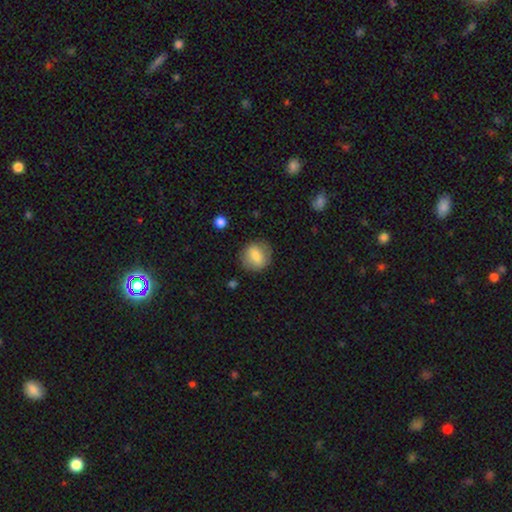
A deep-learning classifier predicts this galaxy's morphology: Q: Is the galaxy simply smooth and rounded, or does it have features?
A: smooth — 72%.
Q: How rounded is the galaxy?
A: round — 82%.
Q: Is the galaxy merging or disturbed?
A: none — 82%.